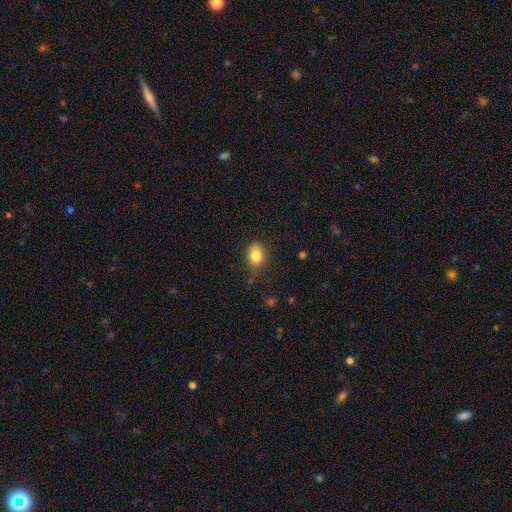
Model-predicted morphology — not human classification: A smooth galaxy with no disk features (83%) that is in between round and cigar-shaped (61%).

Vote fractions:
- Smooth or featured? smooth: 83% / star or artifact: 9% / featured or disk: 7%
- How rounded? in between: 61% / round: 37% / cigar-shaped: 1%
- Merging? none: 76% / minor disturbance: 19% / major disturbance: 4% / merger: 2%